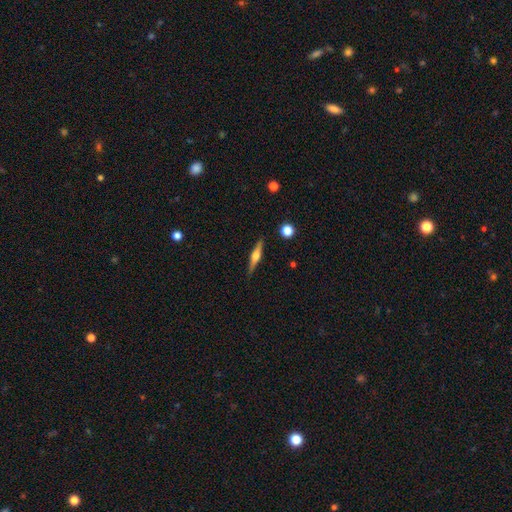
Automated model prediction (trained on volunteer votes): A featured or disk galaxy (69%) viewed edge-on (98%) with a rounded central bulge (90%). Merging: none (90%).